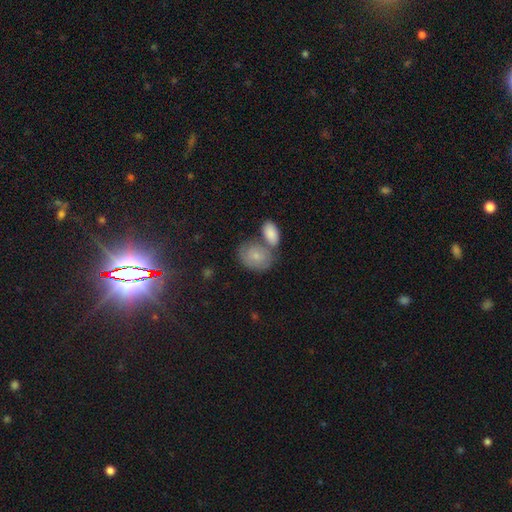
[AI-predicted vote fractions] smooth_or_featured: smooth (p=0.69) [alt: featured or disk p=0.23]
how_rounded: in between (p=0.71) [alt: round p=0.27]
merging: none (p=0.42) [alt: merger p=0.35]